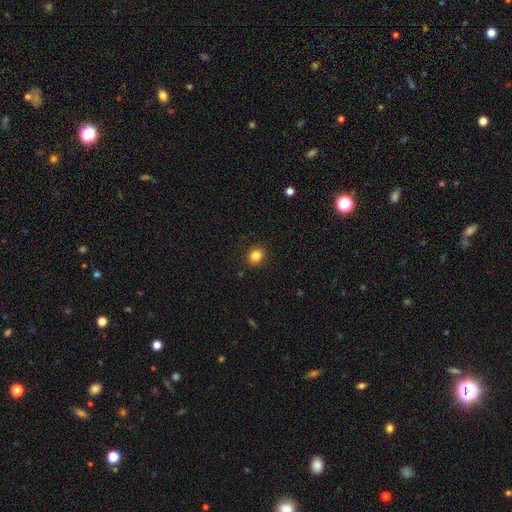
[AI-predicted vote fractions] Smooth or featured: smooth — 84% (star or artifact — 11%)
How rounded: round — 71% (in between — 28%)
Merging: none — 90% (minor disturbance — 7%)